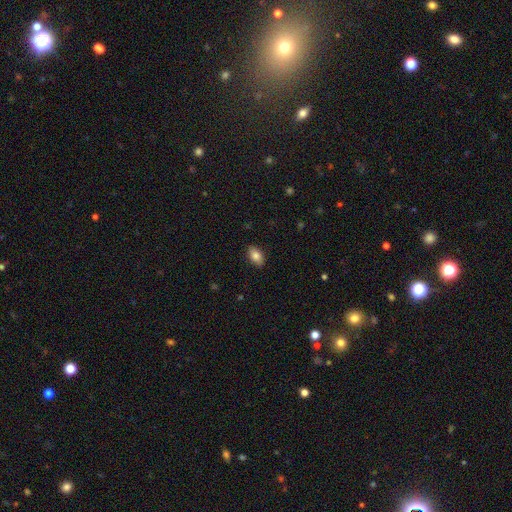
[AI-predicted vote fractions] This appears to be a smooth galaxy with no disk features (84%) that is in between round and cigar-shaped (92%). Merging: none (89%).